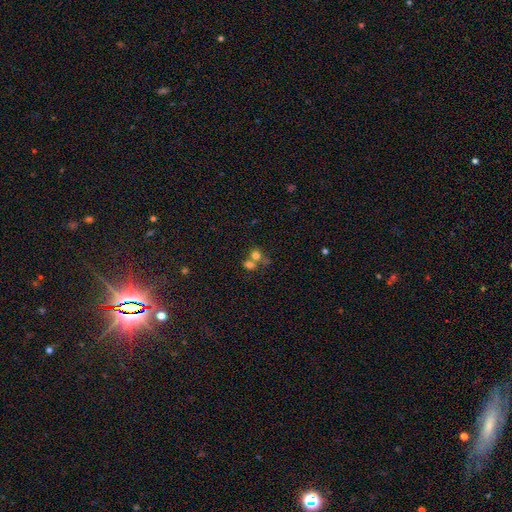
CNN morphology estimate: Overall: smooth (73%). How rounded: round (69%; in between 30%). Merging: merger (53%; none 34%).